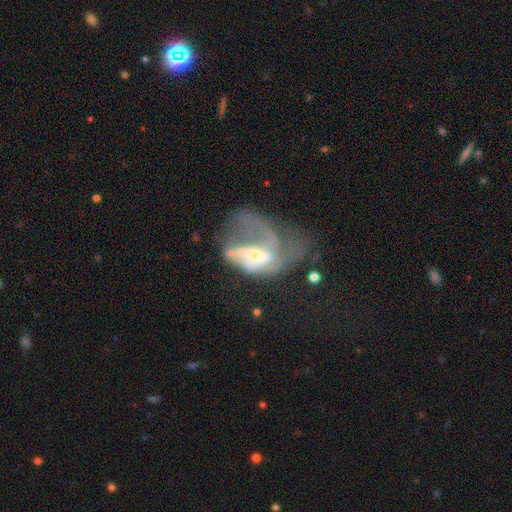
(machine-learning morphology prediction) Smooth or featured?
  - featured or disk: 68% *
  - smooth: 22%
  - star or artifact: 10%
Edge-on disk?
  - no: 96% *
  - yes: 4%
Bar?
  - no: 47% *
  - weak: 40%
  - strong: 14%
Spiral arms?
  - yes: 58% *
  - no: 42%
Bulge size?
  - moderate: 47% *
  - small: 34%
  - large: 9%
  - none: 8%
  - dominant: 2%
Merging?
  - major disturbance: 58% *
  - none: 16%
  - merger: 13%
  - minor disturbance: 13%